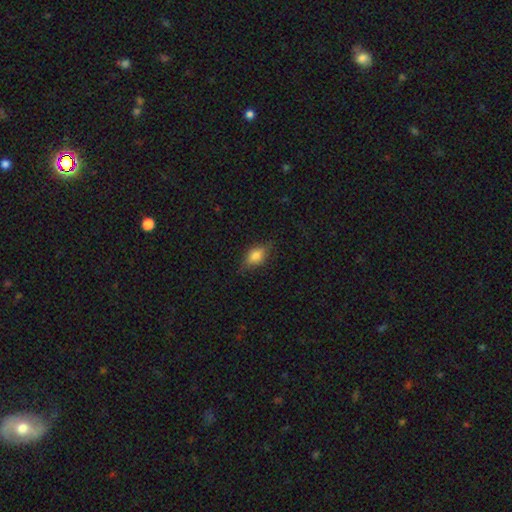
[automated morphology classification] Smooth or featured? Predicted: smooth (p=0.72). How rounded? Predicted: in between (p=0.81). Merging? Predicted: none (p=0.74).